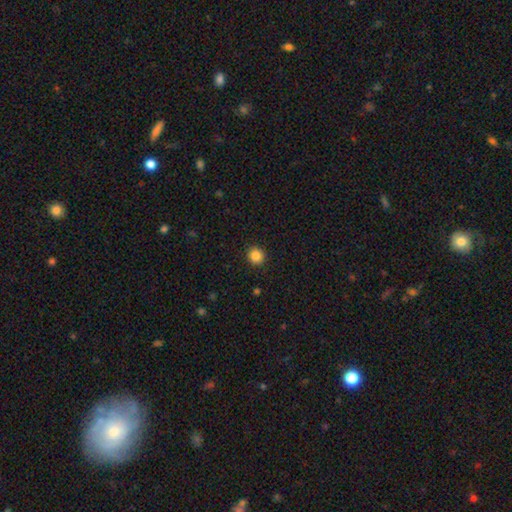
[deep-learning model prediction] Smooth or featured? smooth (87%)
How rounded? round (89%)
Merging? none (92%)